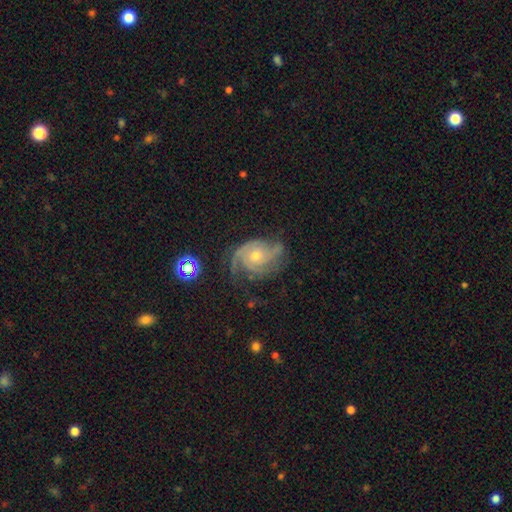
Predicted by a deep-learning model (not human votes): A featured or disk galaxy (86%) with no bar (76%), 3 (44%) tight (47%) spiral arms (97%) and a small central bulge (49%).

Vote fractions:
- Smooth or featured? featured or disk: 86% / star or artifact: 8% / smooth: 7%
- Edge-on disk? no: 98% / yes: 2%
- Bar? no: 76% / weak: 20% / strong: 4%
- Spiral arms? yes: 97% / no: 3%
- Spiral winding? tight: 47% / medium: 42% / loose: 11%
- Spiral arm count? 3: 44% / 2: 24% / can't tell: 14% / 4: 9% / 1: 5% / more than 4: 5%
- Bulge size? small: 49% / moderate: 47% / large: 2% / none: 1% / dominant: 1%
- Merging? none: 66% / minor disturbance: 22% / major disturbance: 10% / merger: 2%